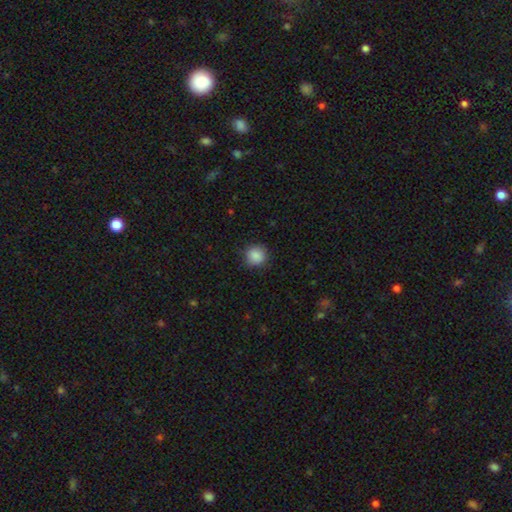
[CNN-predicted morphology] A smooth galaxy with no disk features (88%) that is round (91%).

Vote fractions:
- Smooth or featured? smooth: 88% / star or artifact: 8% / featured or disk: 3%
- How rounded? round: 91% / in between: 8% / cigar-shaped: 1%
- Merging? none: 87% / minor disturbance: 9% / major disturbance: 3% / merger: 1%